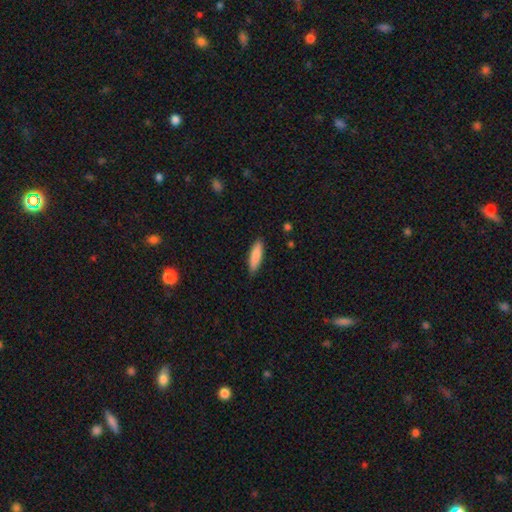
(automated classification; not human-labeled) Smooth or featured? Predicted: smooth (p=0.87). How rounded? Predicted: cigar-shaped (p=0.62). Merging? Predicted: none (p=0.87).